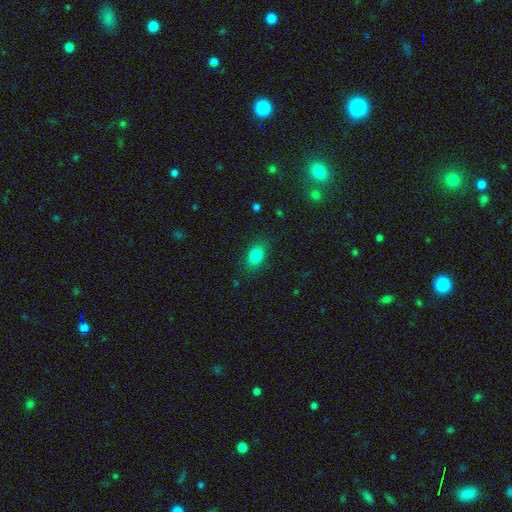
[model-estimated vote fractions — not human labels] Smooth or featured?
  - smooth: 83% *
  - star or artifact: 10%
  - featured or disk: 7%
How rounded?
  - in between: 83% *
  - round: 14%
  - cigar-shaped: 2%
Merging?
  - none: 85% *
  - minor disturbance: 11%
  - major disturbance: 3%
  - merger: 1%